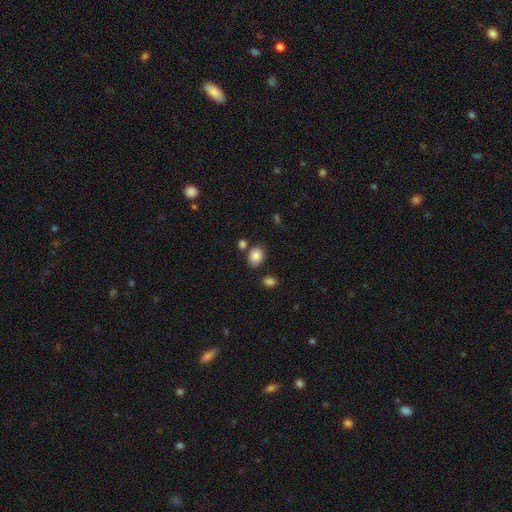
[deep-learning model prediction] Overall: smooth (85%). How rounded: in between (59%; round 40%). Merging: none (72%).